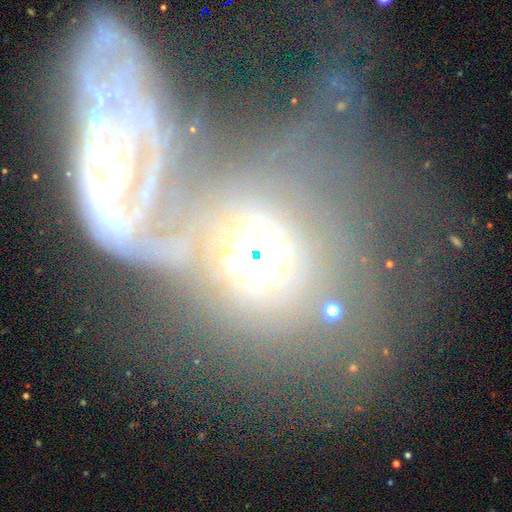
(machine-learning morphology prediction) The model was most divided on "merging": none: 40%, merger: 28%, major disturbance: 19%, minor disturbance: 14%. Remaining: smooth or featured — featured or disk (45%).